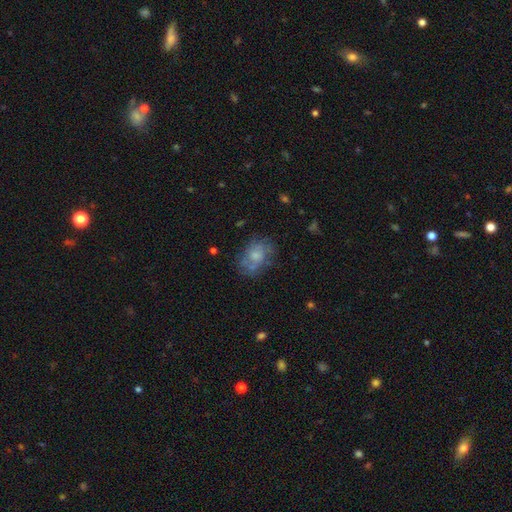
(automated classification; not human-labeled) smooth_or_featured: smooth (p=0.50) [alt: featured or disk p=0.40]
merging: none (p=0.57) [alt: minor disturbance p=0.24]